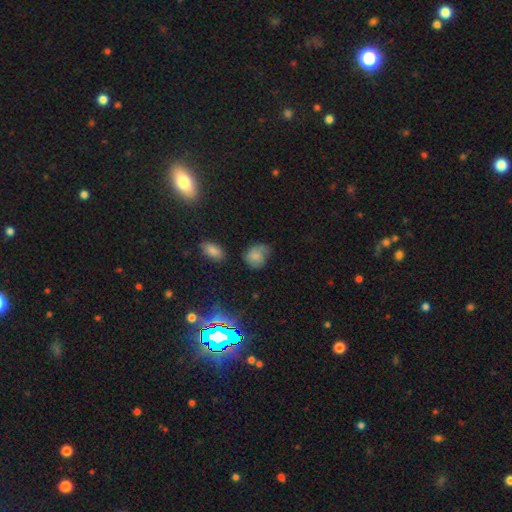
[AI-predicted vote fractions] Overall: smooth (67%). How rounded: round (55%; in between 43%). Merging: none (52%; minor disturbance 32%).